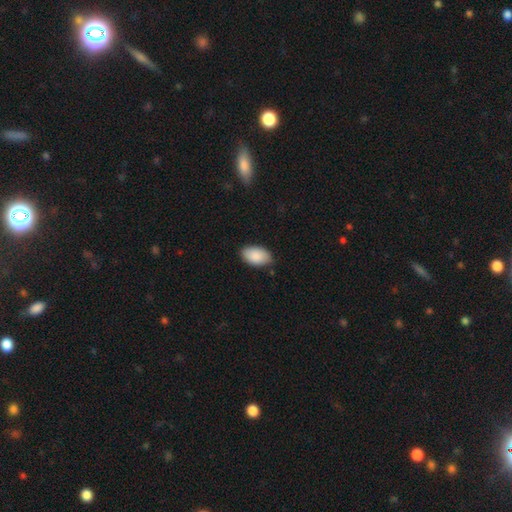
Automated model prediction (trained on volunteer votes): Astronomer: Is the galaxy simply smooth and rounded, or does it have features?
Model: smooth — 90%.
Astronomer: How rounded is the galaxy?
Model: in between — 94%.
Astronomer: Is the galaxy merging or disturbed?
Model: none — 83%.